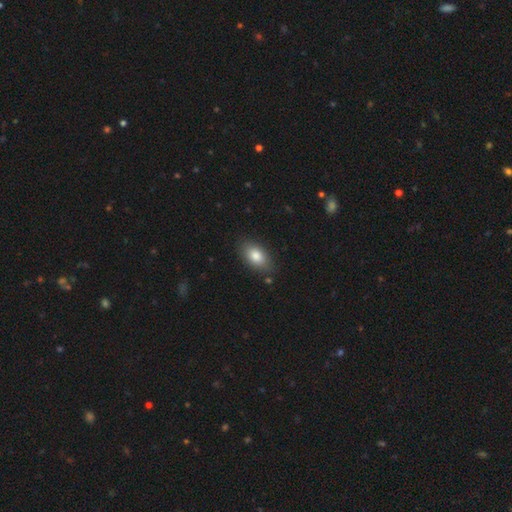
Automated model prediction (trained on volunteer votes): smooth_or_featured: smooth (p=0.83) [alt: featured or disk p=0.10]
how_rounded: in between (p=0.91) [alt: round p=0.07]
merging: none (p=0.83) [alt: minor disturbance p=0.13]